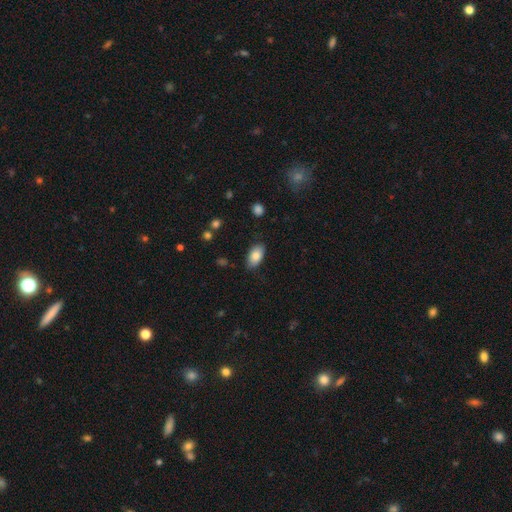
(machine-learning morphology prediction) type=smooth (83%); roundness=in between (94%); merging=none (84%).